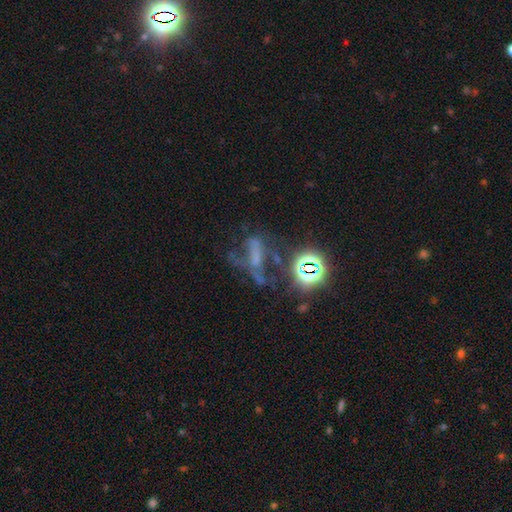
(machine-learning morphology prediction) The model was most divided on "smooth or featured": star or artifact: 40%, featured or disk: 36%, smooth: 24%.